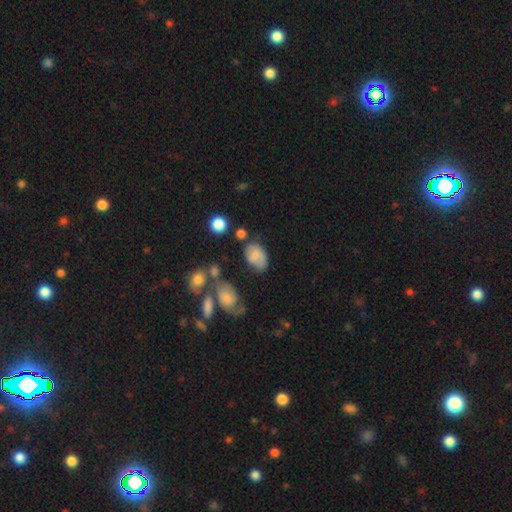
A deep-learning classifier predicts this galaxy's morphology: smooth-or-featured: smooth: 67% | featured or disk: 23% | star or artifact: 10%
  how-rounded: in between: 82% | round: 16% | cigar-shaped: 1%
  merging: none: 50% | minor disturbance: 29% | major disturbance: 12% | merger: 8%